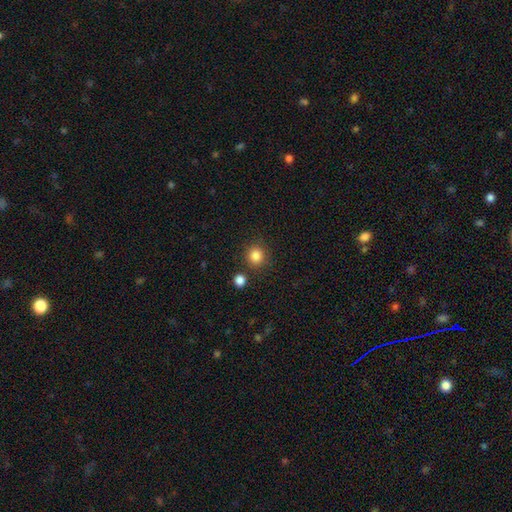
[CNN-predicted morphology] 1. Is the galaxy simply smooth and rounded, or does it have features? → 85% smooth, 11% star or artifact, 4% featured or disk.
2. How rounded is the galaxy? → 89% round, 10% in between, 1% cigar-shaped.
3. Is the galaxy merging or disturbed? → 84% none, 8% minor disturbance, 5% merger, 3% major disturbance.